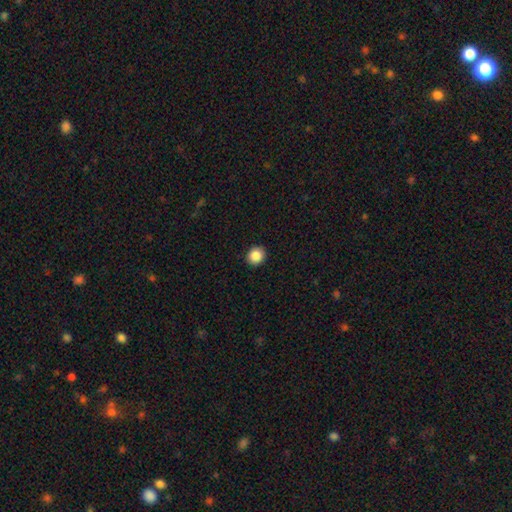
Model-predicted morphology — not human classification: Smooth or featured: smooth — 87% (star or artifact — 9%)
How rounded: round — 84% (in between — 15%)
Merging: none — 92% (minor disturbance — 6%)